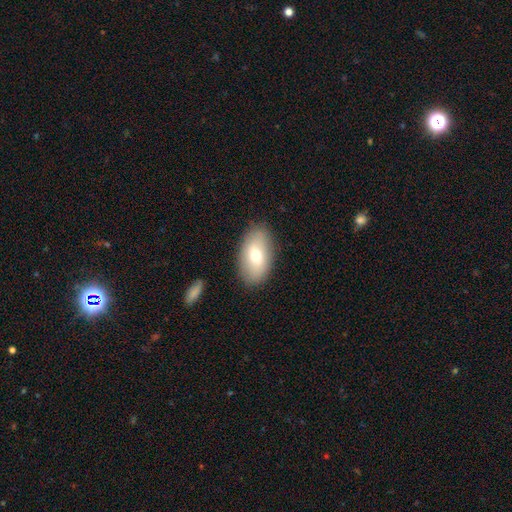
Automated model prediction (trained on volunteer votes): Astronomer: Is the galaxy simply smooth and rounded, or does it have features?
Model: smooth — 68%.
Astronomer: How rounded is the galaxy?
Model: in between — 92%.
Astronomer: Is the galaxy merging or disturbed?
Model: none — 86%.